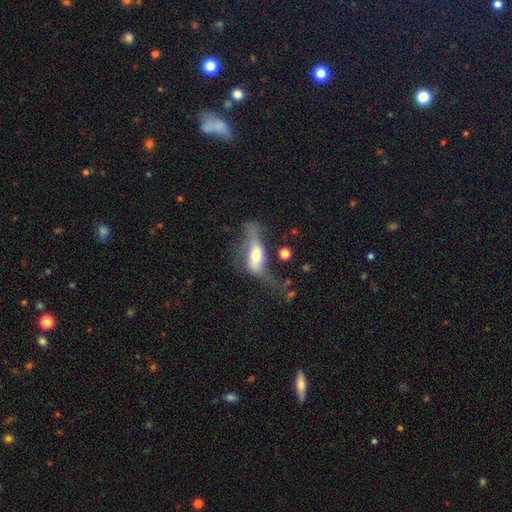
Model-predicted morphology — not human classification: featured or disk 50%, smooth 42%, star or artifact 8%. Down the decision tree: edge-on disk — no (65%); merging — major disturbance (46%).